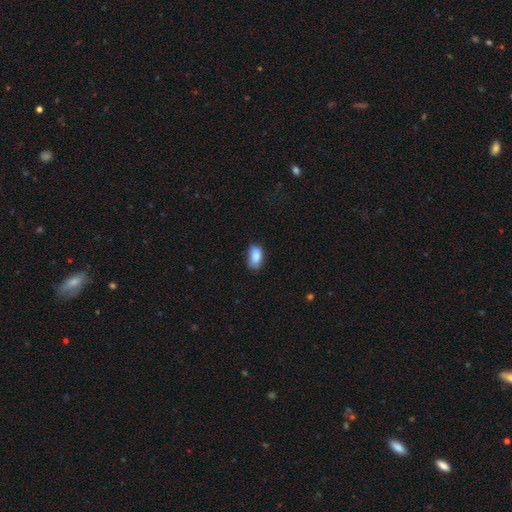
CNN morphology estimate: This appears to be a smooth galaxy with no disk features (83%) that is in between round and cigar-shaped (90%). Merging: none (59%).